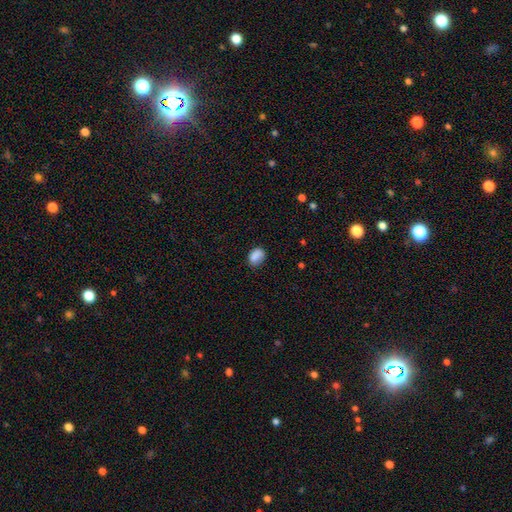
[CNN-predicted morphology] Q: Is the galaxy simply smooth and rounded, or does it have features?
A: smooth — 86%.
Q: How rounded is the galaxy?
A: in between — 72%.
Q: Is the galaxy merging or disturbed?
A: none — 73%.